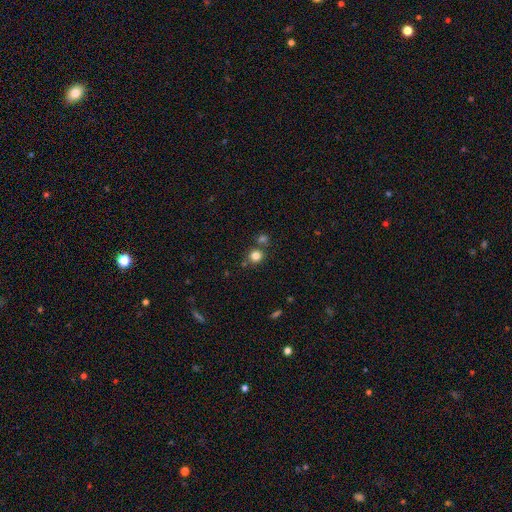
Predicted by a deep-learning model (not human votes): A smooth galaxy with no disk features (81%) that is round (88%).

Vote fractions:
- Smooth or featured? smooth: 81% / star or artifact: 13% / featured or disk: 6%
- How rounded? round: 88% / in between: 11% / cigar-shaped: 1%
- Merging? none: 73% / merger: 16% / minor disturbance: 9% / major disturbance: 3%